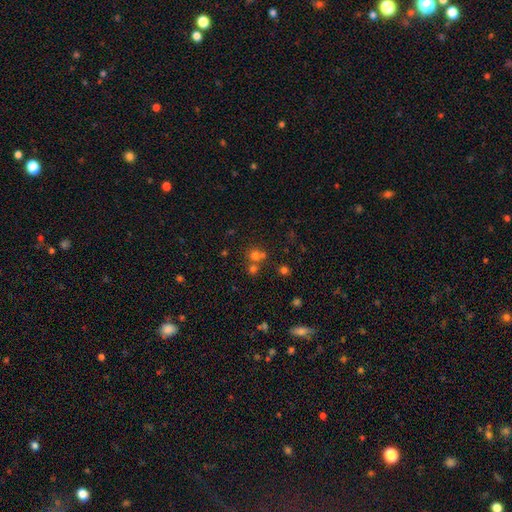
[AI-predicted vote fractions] A smooth galaxy with no disk features (65%) that is round (86%).

Vote fractions:
- Smooth or featured? smooth: 65% / star or artifact: 24% / featured or disk: 11%
- How rounded? round: 86% / in between: 13% / cigar-shaped: 1%
- Merging? none: 53% / merger: 37% / minor disturbance: 7% / major disturbance: 3%